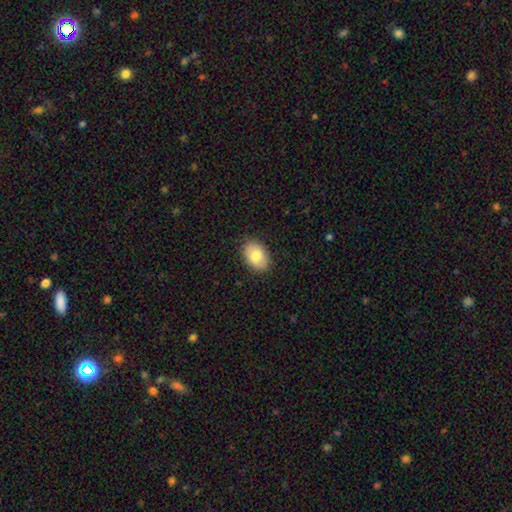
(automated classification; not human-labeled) This is likely a smooth galaxy (78%). How rounded: clearly in between (86%). Merging: clearly none (87%).